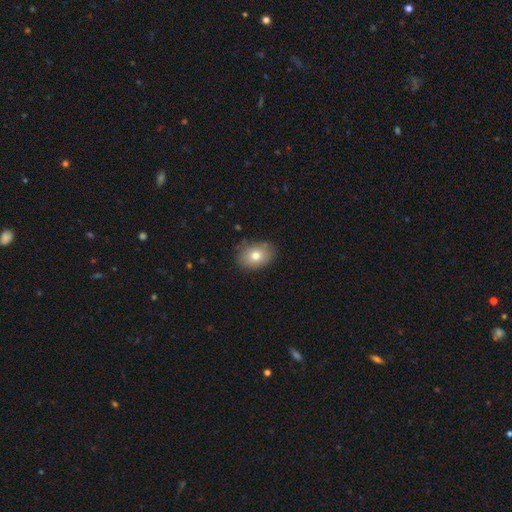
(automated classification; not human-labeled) The model was most divided on "how rounded": in between: 70%, round: 29%, cigar-shaped: 1%. More confident: merging — none (82%); smooth or featured — smooth (76%).